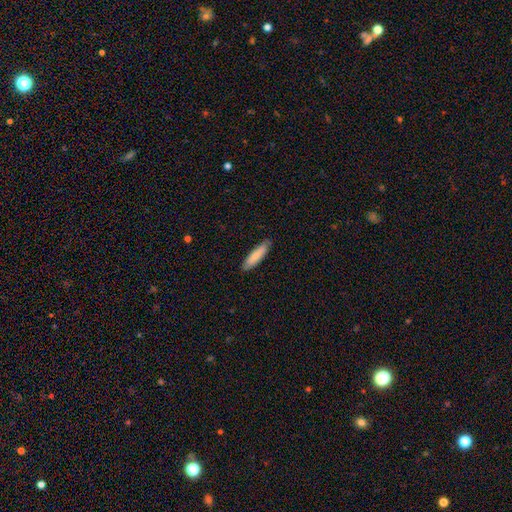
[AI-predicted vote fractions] Smooth or featured?
  - smooth: 81% *
  - featured or disk: 14%
  - star or artifact: 5%
How rounded?
  - cigar-shaped: 69% *
  - in between: 30%
  - round: 1%
Merging?
  - none: 86% *
  - minor disturbance: 11%
  - major disturbance: 2%
  - merger: 1%